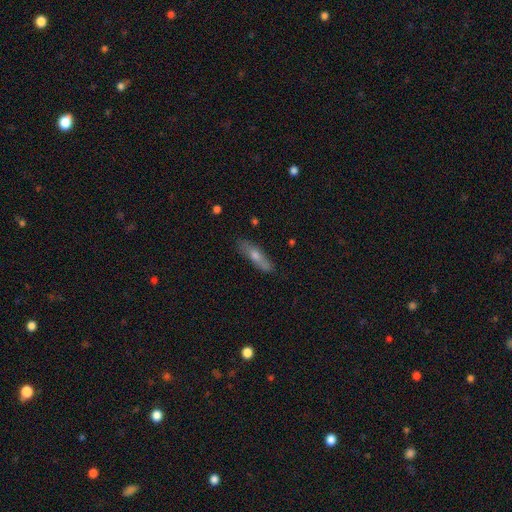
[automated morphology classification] type=smooth (54%); roundness=cigar-shaped (73%); merging=none (81%).